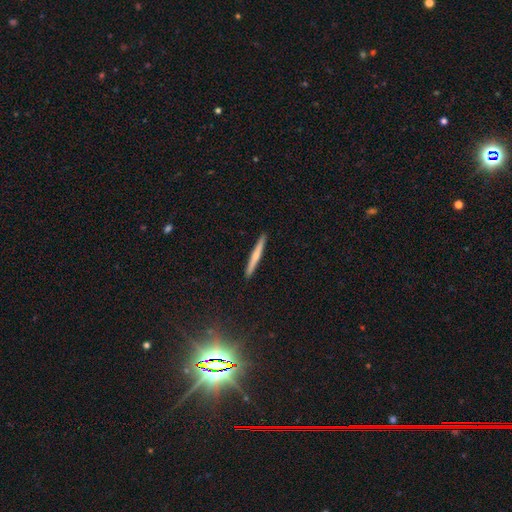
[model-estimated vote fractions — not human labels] Smooth or featured? Predicted: smooth (p=0.57). How rounded? Predicted: cigar-shaped (p=0.96). Merging? Predicted: none (p=0.92).